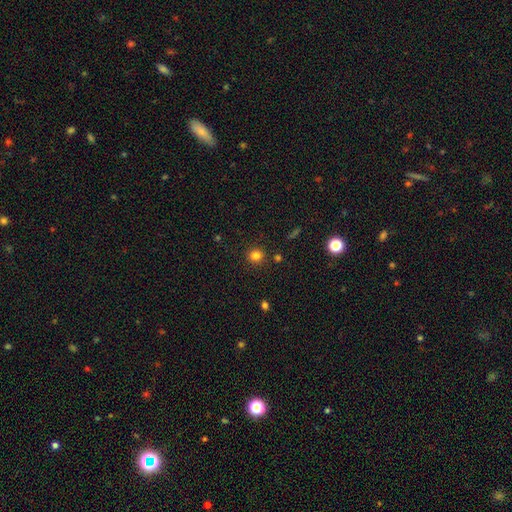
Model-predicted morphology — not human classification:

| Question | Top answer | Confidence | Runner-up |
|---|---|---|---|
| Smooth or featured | smooth | 81% | star or artifact (14%) |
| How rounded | round | 84% | in between (15%) |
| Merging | none | 87% | minor disturbance (7%) |